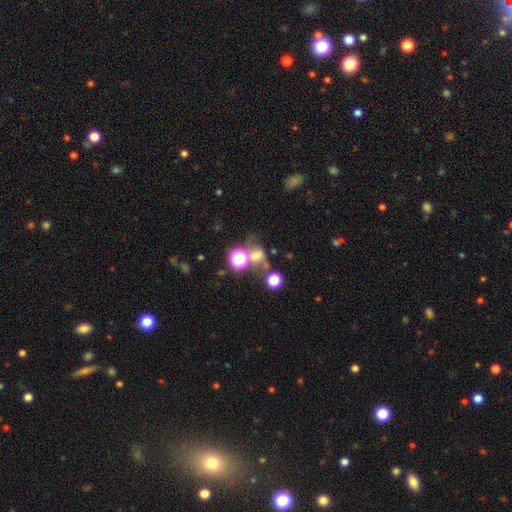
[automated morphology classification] Q: Smooth or featured?
A: smooth (52%); runner-up: star or artifact (29%)
Q: How rounded?
A: round (61%); runner-up: in between (37%)
Q: Merging?
A: none (42%); runner-up: merger (29%)